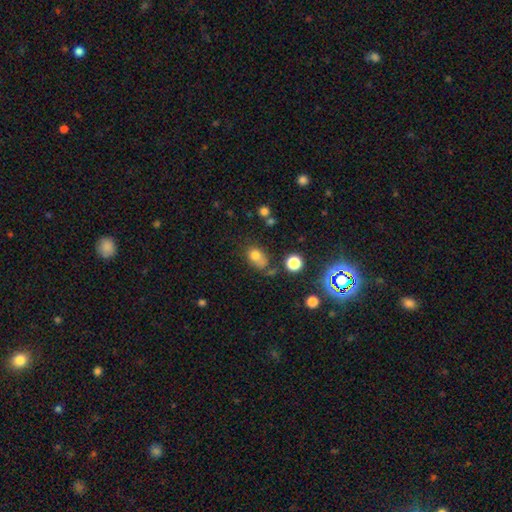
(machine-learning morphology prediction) Smooth or featured? smooth (75%)
How rounded? in between (65%)
Merging? none (47%)